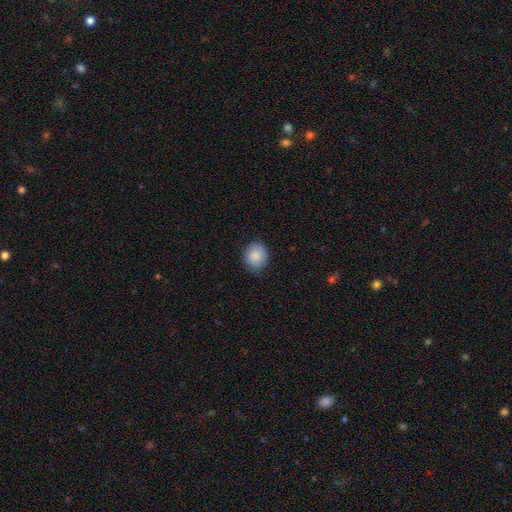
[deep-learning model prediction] Overall: smooth (88%). How rounded: round (67%; in between 33%). Merging: none (80%).